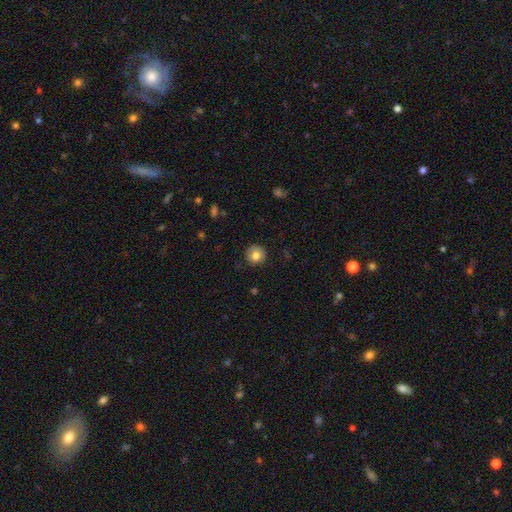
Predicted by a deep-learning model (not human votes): This appears to be a smooth galaxy with no disk features (80%) that is round (93%). Merging: none (88%).